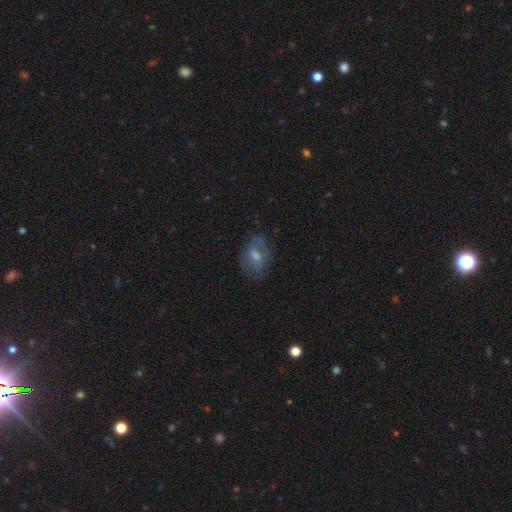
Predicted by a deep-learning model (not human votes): Overall: featured or disk (50%; smooth 36%). Edge-on disk: no (94%). Merging: none (69%).